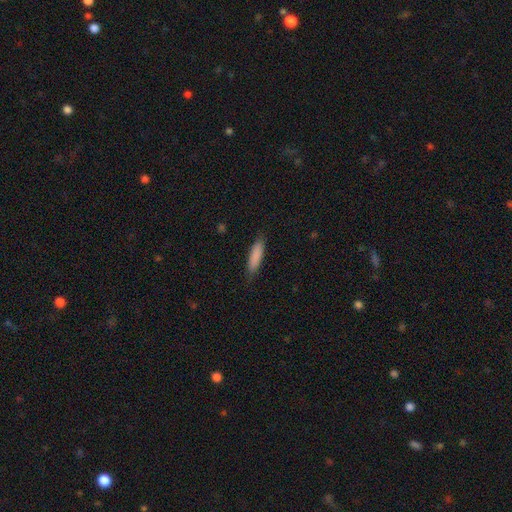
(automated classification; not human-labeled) Smooth or featured: smooth — 86% (featured or disk — 8%)
How rounded: cigar-shaped — 70% (in between — 28%)
Merging: none — 84% (minor disturbance — 13%)